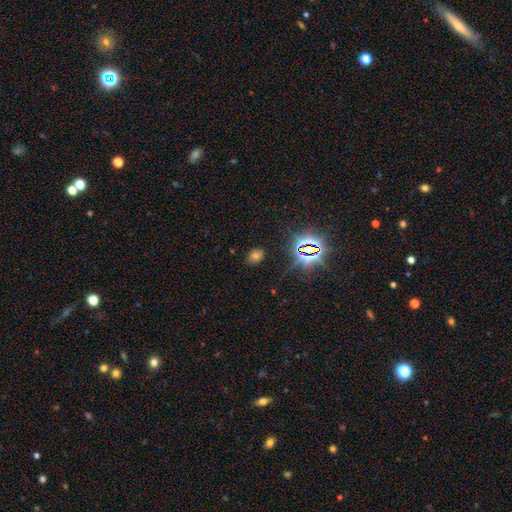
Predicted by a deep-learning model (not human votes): Smooth or featured: smooth — 46% (star or artifact — 44%)
Merging: none — 83% (minor disturbance — 12%)